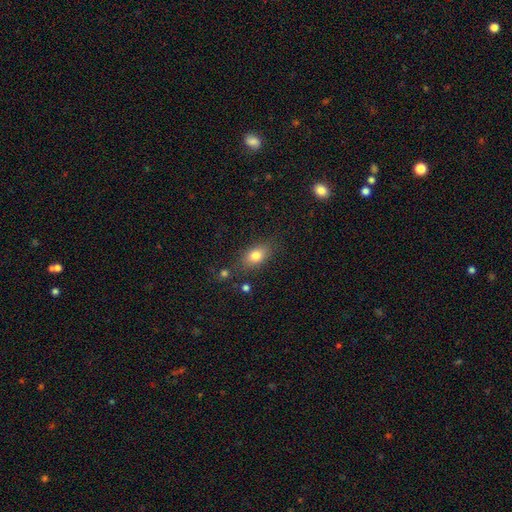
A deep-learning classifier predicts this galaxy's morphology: A smooth galaxy with no disk features (80%) that is in between round and cigar-shaped (80%). Merging: none (77%).